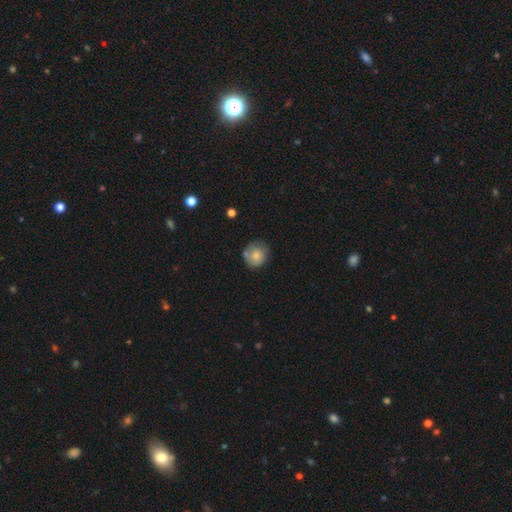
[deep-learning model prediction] Overall: smooth (76%). How rounded: round (85%). Merging: none (67%).